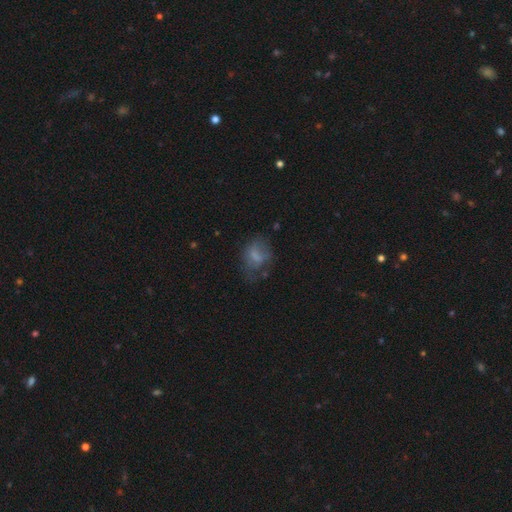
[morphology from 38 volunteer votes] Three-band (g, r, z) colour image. It shows a smooth galaxy with no disk features (61%) that is in between round and cigar-shaped (74%). Merging: none (47%).